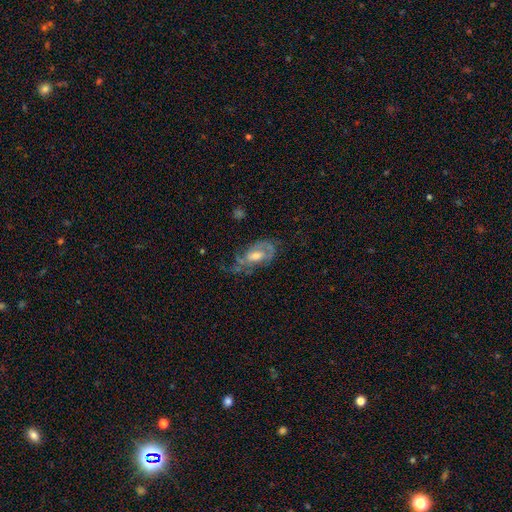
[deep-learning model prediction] Smooth or featured?
  - featured or disk: 76% *
  - smooth: 17%
  - star or artifact: 8%
Edge-on disk?
  - no: 92% *
  - yes: 8%
Bar?
  - no: 51% *
  - weak: 39%
  - strong: 10%
Spiral arms?
  - yes: 85% *
  - no: 15%
Spiral winding?
  - medium: 42% *
  - tight: 39%
  - loose: 20%
Spiral arm count?
  - 2: 48% *
  - can't tell: 28%
  - 1: 11%
  - 3: 8%
  - 4: 3%
  - more than 4: 2%
Bulge size?
  - moderate: 64% *
  - small: 17%
  - large: 15%
  - none: 3%
  - dominant: 1%
Merging?
  - none: 47% *
  - minor disturbance: 26%
  - major disturbance: 24%
  - merger: 2%